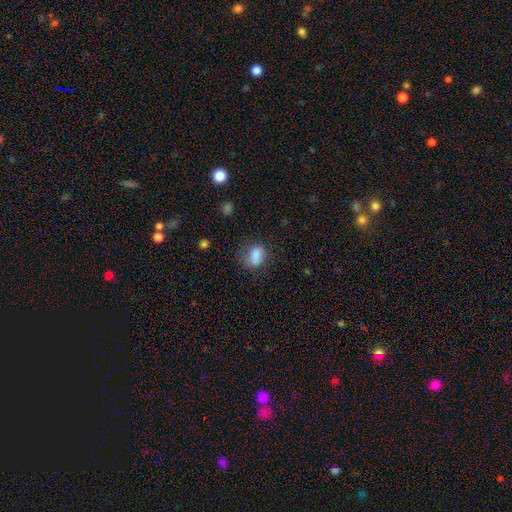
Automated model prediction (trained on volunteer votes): A smooth galaxy with no disk features (81%) that is in between round and cigar-shaped (75%).

Vote fractions:
- Smooth or featured? smooth: 81% / featured or disk: 10% / star or artifact: 10%
- How rounded? in between: 75% / round: 21% / cigar-shaped: 4%
- Merging? none: 62% / minor disturbance: 24% / major disturbance: 11% / merger: 3%